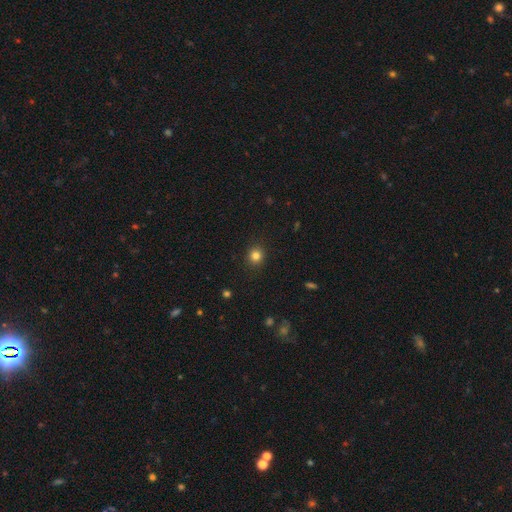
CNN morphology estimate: Q: Smooth or featured?
A: smooth (83%); runner-up: star or artifact (13%)
Q: How rounded?
A: round (89%); runner-up: in between (11%)
Q: Merging?
A: none (91%); runner-up: minor disturbance (6%)